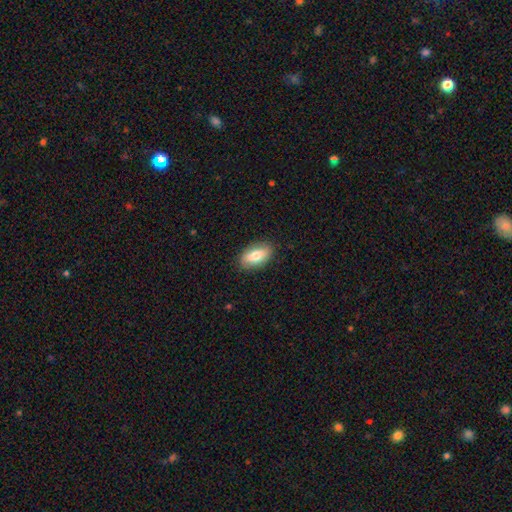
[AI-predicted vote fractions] A smooth galaxy with no disk features (75%) that is in between round and cigar-shaped (89%). Merging: none (87%).